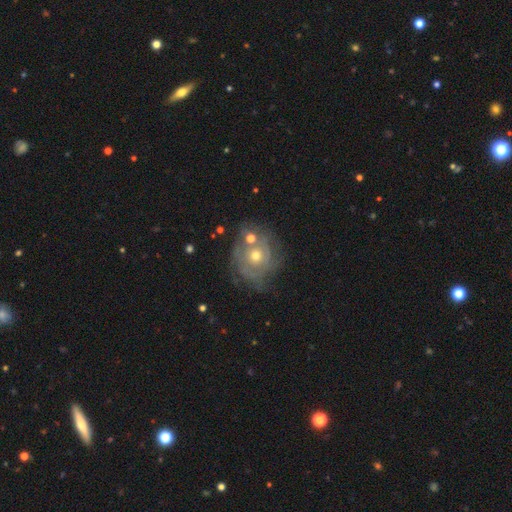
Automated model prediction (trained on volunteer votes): Smooth or featured? Predicted: featured or disk (p=0.67). Edge-on disk? Predicted: no (p=0.97). Bar? Predicted: no (p=0.88). Spiral arms? Predicted: yes (p=0.67). Bulge size? Predicted: moderate (p=0.58). Merging? Predicted: none (p=0.53).